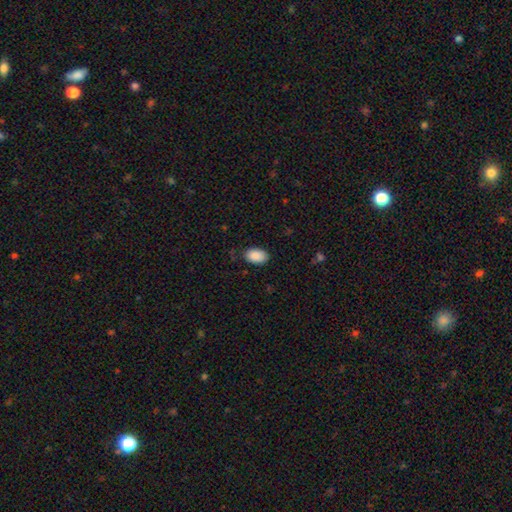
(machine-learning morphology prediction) The model was most divided on "merging": none: 83%, minor disturbance: 13%, major disturbance: 3%, merger: 1%. More confident: how rounded — in between (92%); smooth or featured — smooth (90%).